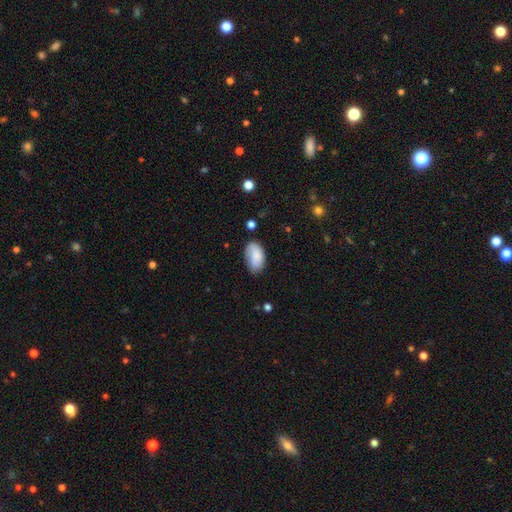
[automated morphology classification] Smooth or featured?
  - smooth: 83% *
  - featured or disk: 10%
  - star or artifact: 7%
How rounded?
  - in between: 93% *
  - round: 5%
  - cigar-shaped: 1%
Merging?
  - none: 65% *
  - minor disturbance: 26%
  - major disturbance: 7%
  - merger: 2%